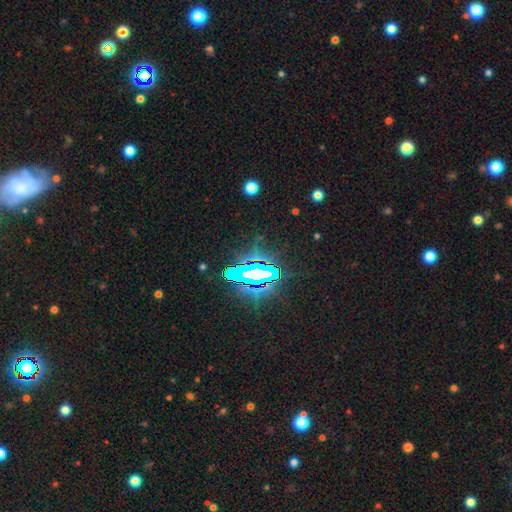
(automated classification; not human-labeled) Overall: star or artifact (80%).